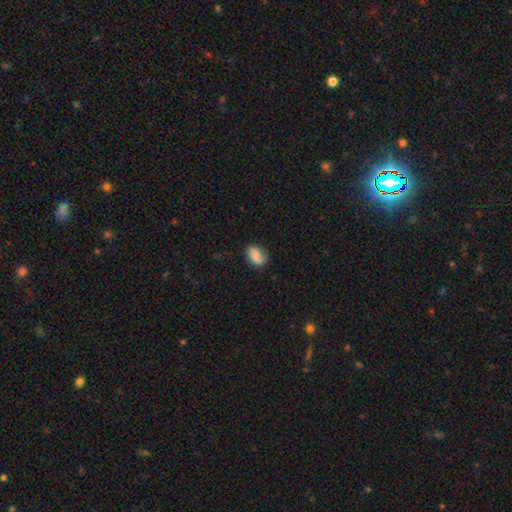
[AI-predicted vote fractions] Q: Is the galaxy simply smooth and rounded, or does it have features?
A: smooth — 77%.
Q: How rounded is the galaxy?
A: in between — 83%.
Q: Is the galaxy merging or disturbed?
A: none — 73%.